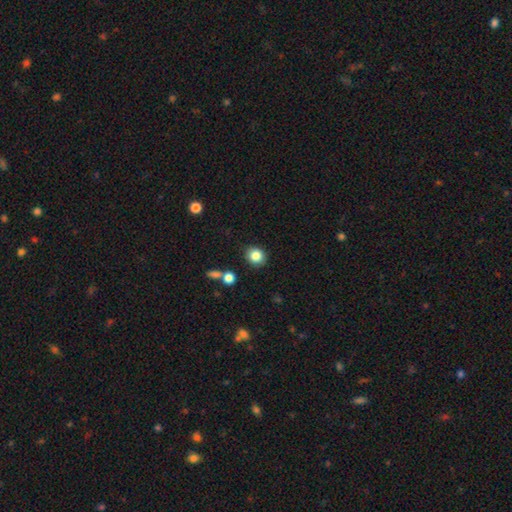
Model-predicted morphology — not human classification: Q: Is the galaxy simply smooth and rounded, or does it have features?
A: smooth — 84%.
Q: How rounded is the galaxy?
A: round — 79%.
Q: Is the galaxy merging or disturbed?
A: none — 86%.